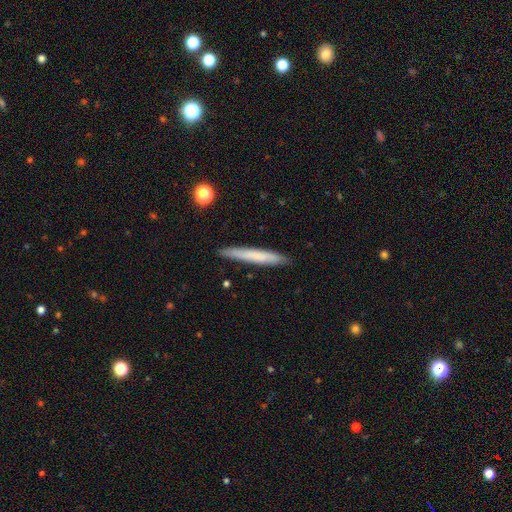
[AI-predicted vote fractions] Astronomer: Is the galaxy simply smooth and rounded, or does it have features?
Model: smooth — 66%.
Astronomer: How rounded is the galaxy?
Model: cigar-shaped — 96%.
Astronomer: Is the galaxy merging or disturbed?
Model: none — 90%.